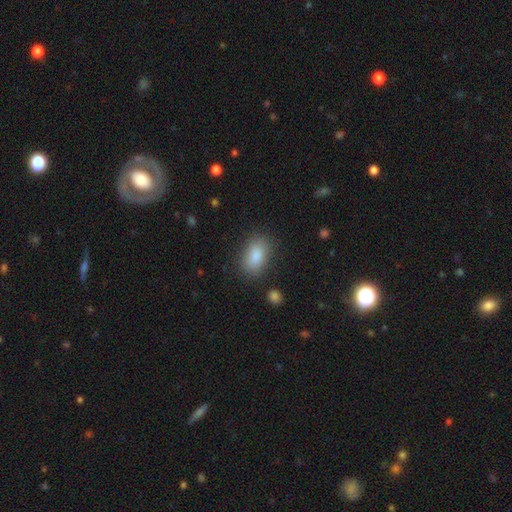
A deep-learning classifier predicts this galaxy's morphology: A smooth galaxy with no disk features (87%) that is in between round and cigar-shaped (90%).

Vote fractions:
- Smooth or featured? smooth: 87% / star or artifact: 7% / featured or disk: 6%
- How rounded? in between: 90% / round: 7% / cigar-shaped: 3%
- Merging? none: 82% / minor disturbance: 12% / major disturbance: 4% / merger: 2%